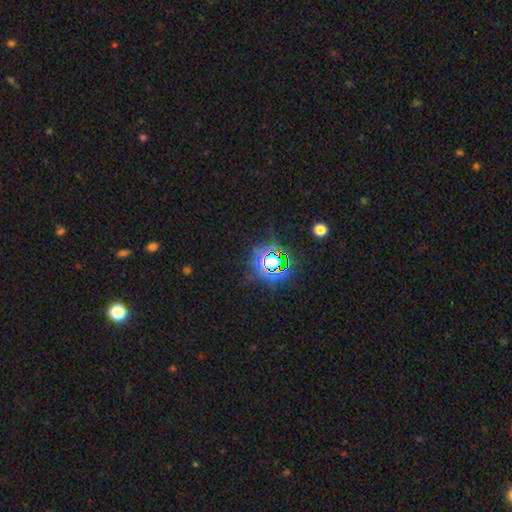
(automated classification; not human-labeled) Overall: star or artifact (66%; smooth 27%).